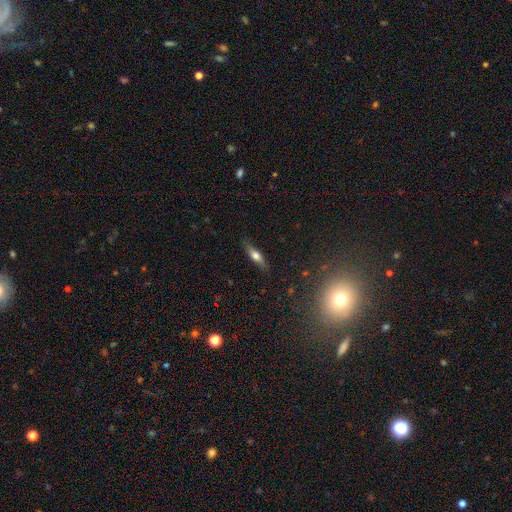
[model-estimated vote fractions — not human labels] This is possibly a smooth galaxy (48%). Merging: clearly none (85%).